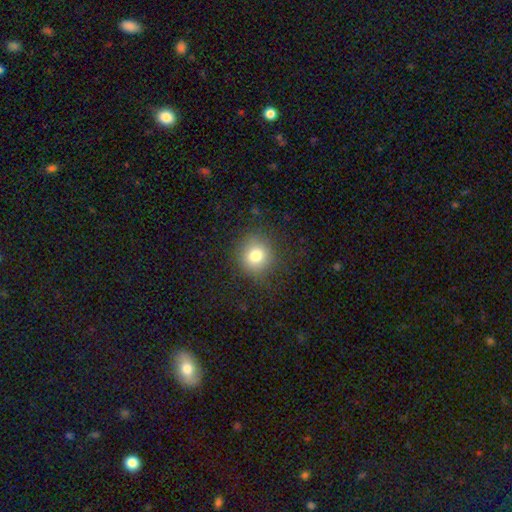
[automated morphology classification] A smooth galaxy with no disk features (79%) that is round (89%).

Vote fractions:
- Smooth or featured? smooth: 79% / star or artifact: 12% / featured or disk: 9%
- How rounded? round: 89% / in between: 10% / cigar-shaped: 1%
- Merging? none: 85% / minor disturbance: 10% / major disturbance: 4% / merger: 1%